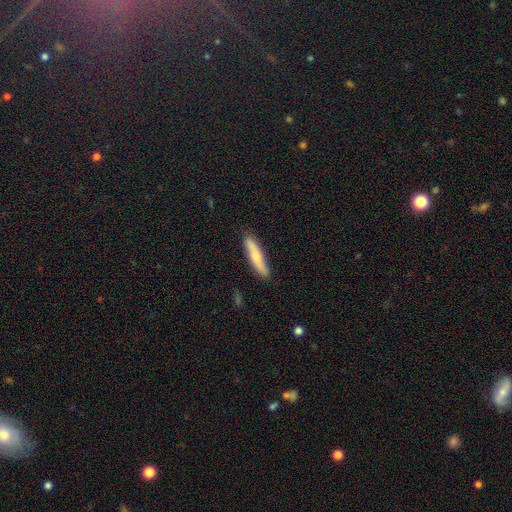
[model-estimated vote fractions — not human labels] smooth-or-featured: smooth: 65% | featured or disk: 29% | star or artifact: 5%
  how-rounded: cigar-shaped: 88% | in between: 11% | round: 2%
  merging: none: 85% | minor disturbance: 11% | major disturbance: 2% | merger: 1%